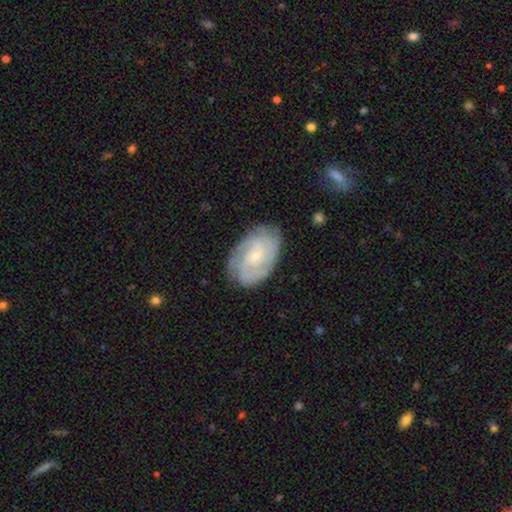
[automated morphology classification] Smooth or featured?
  - featured or disk: 75% *
  - smooth: 19%
  - star or artifact: 6%
Edge-on disk?
  - no: 96% *
  - yes: 4%
Bar?
  - no: 59% *
  - weak: 35%
  - strong: 6%
Spiral arms?
  - yes: 93% *
  - no: 7%
Spiral winding?
  - tight: 63% *
  - medium: 30%
  - loose: 8%
Spiral arm count?
  - can't tell: 35% *
  - 2: 24%
  - 3: 22%
  - 4: 10%
  - 1: 5%
  - more than 4: 5%
Bulge size?
  - small: 66% *
  - moderate: 29%
  - none: 3%
  - large: 1%
  - dominant: 1%
Merging?
  - none: 78% *
  - minor disturbance: 17%
  - major disturbance: 4%
  - merger: 1%